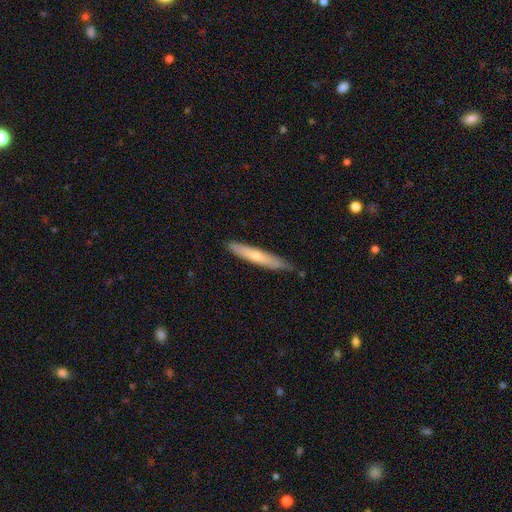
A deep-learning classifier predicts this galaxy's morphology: smooth-or-featured: smooth: 56% | featured or disk: 38% | star or artifact: 5%
  how-rounded: cigar-shaped: 93% | in between: 6% | round: 1%
  merging: none: 80% | minor disturbance: 17% | major disturbance: 2% | merger: 2%